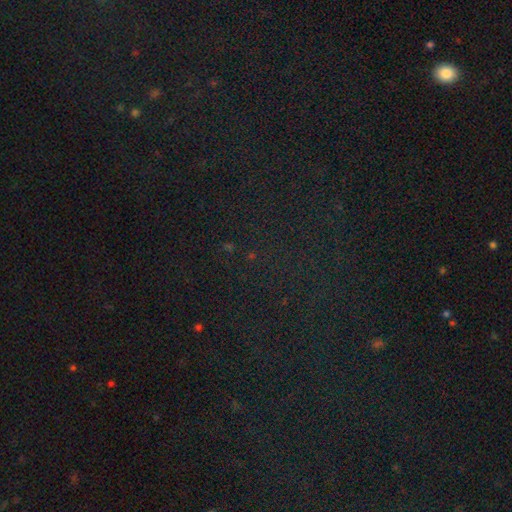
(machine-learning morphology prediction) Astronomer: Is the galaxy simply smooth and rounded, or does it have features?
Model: star or artifact — 80%.